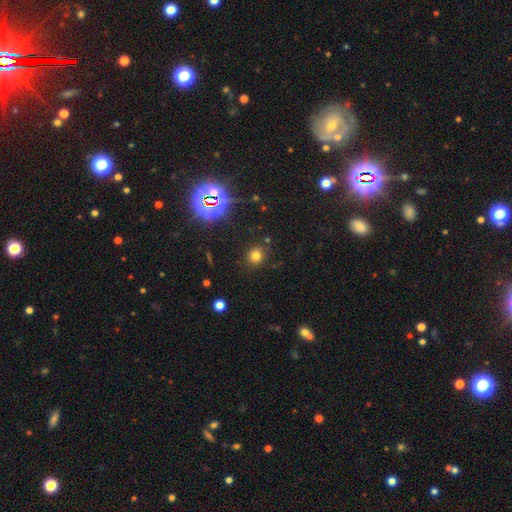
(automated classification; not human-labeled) A smooth galaxy with no disk features (71%) that is round (82%). Merging: none (84%).